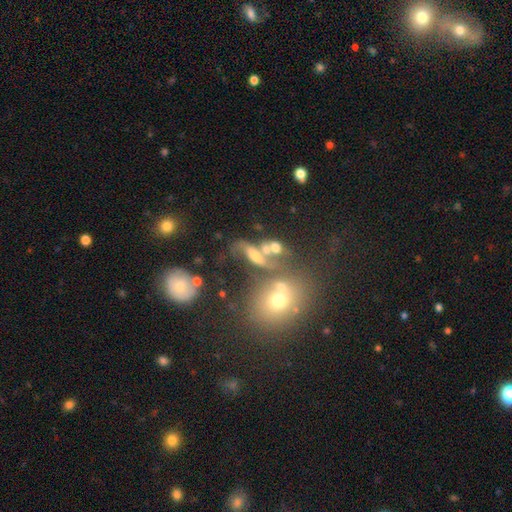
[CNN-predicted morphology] This appears to be a featured or disk galaxy (44%). Merging: merger (36%).